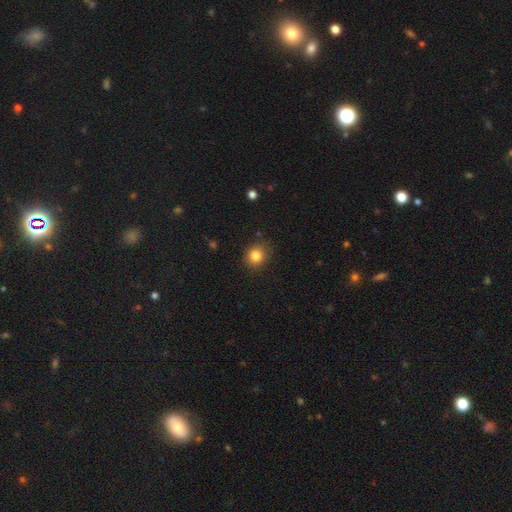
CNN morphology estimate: This appears to be a smooth galaxy with no disk features (83%) that is round (76%). Merging: none (85%).